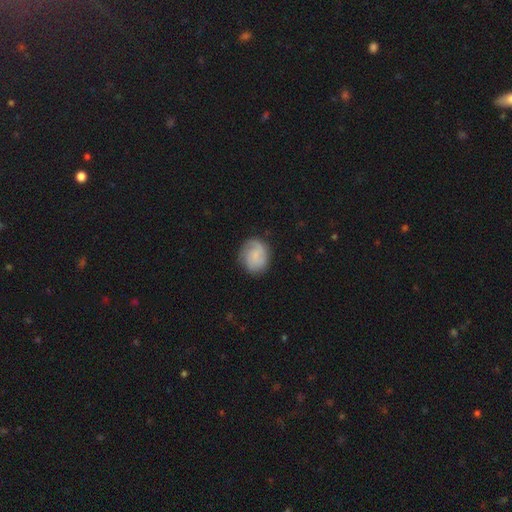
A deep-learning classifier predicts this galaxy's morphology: A smooth galaxy with no disk features (52%) that is round (69%). Merging: none (73%).